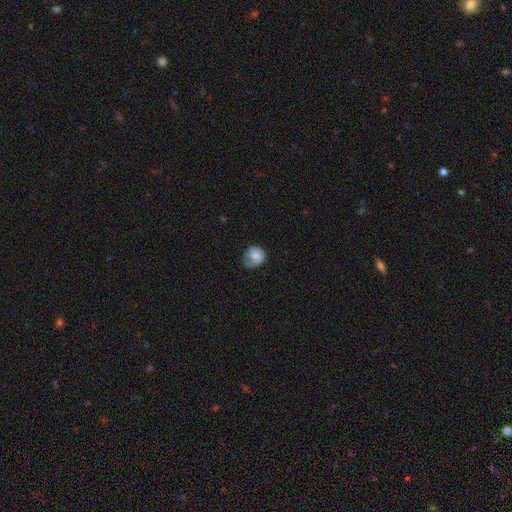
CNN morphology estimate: Smooth or featured: smooth — 77% (featured or disk — 15%)
How rounded: round — 71% (in between — 28%)
Merging: none — 41% (minor disturbance — 36%)